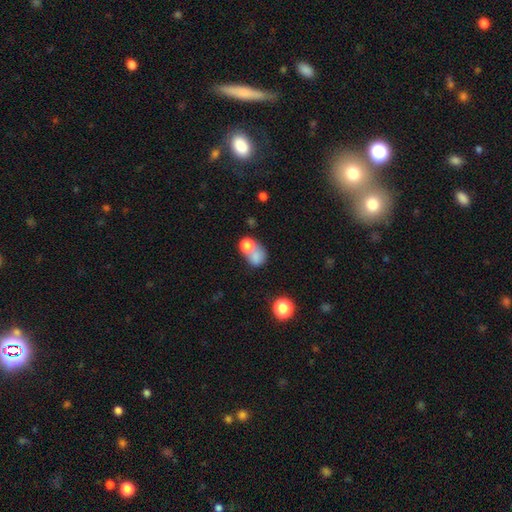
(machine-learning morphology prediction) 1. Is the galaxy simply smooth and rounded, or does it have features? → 75% smooth, 13% featured or disk, 12% star or artifact.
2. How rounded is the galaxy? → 61% round, 38% in between, 1% cigar-shaped.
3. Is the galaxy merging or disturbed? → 48% merger, 31% none, 11% minor disturbance, 9% major disturbance.